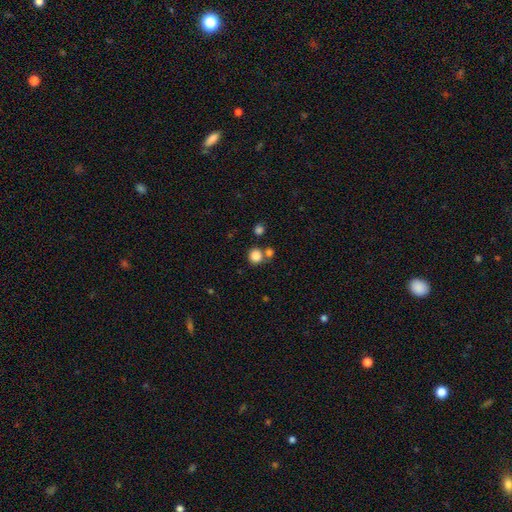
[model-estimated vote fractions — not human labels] This is clearly a smooth galaxy (84%). How rounded: clearly round (88%). Merging: likely none (64%).